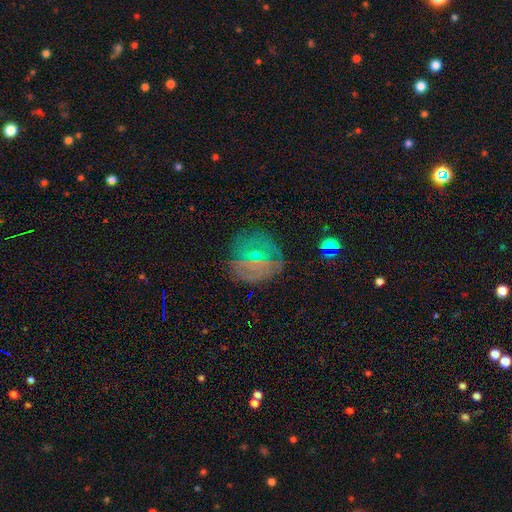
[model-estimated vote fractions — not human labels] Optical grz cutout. It shows a featured or disk galaxy (44%). Merging: none (72%).